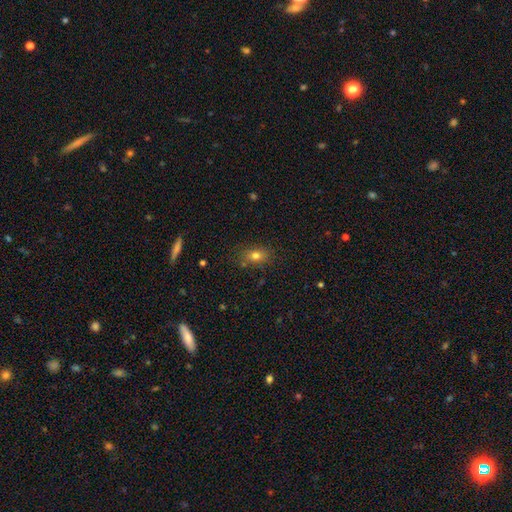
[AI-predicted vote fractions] Smooth or featured? Predicted: smooth (p=0.75). How rounded? Predicted: in between (p=0.73). Merging? Predicted: none (p=0.80).